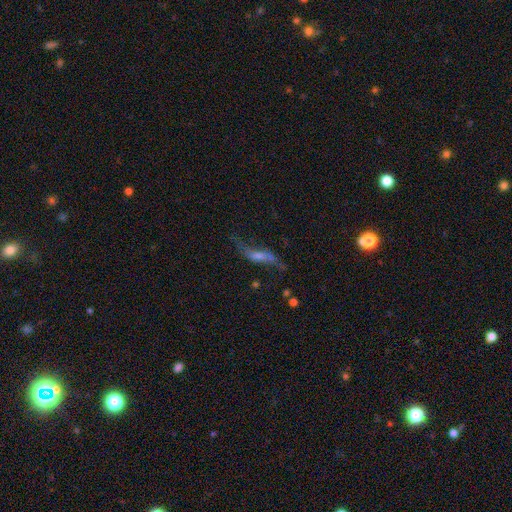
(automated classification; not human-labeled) smooth-or-featured: featured or disk: 70% | smooth: 16% | star or artifact: 14%
  disk-edge-on: no: 72% | yes: 28%
    bar: no: 40% | weak: 39% | strong: 21%
    has-spiral-arms: yes: 86% | no: 14%
    bulge-size: small: 39% | moderate: 31% | none: 22% | large: 6% | dominant: 2%
  merging: none: 59% | minor disturbance: 19% | major disturbance: 18% | merger: 4%